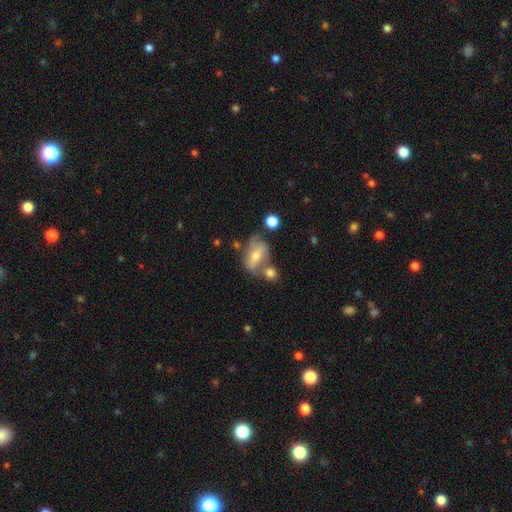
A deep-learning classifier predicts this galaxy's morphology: Overall: featured or disk (47%; smooth 42%). Merging: none (41%; merger 29%).